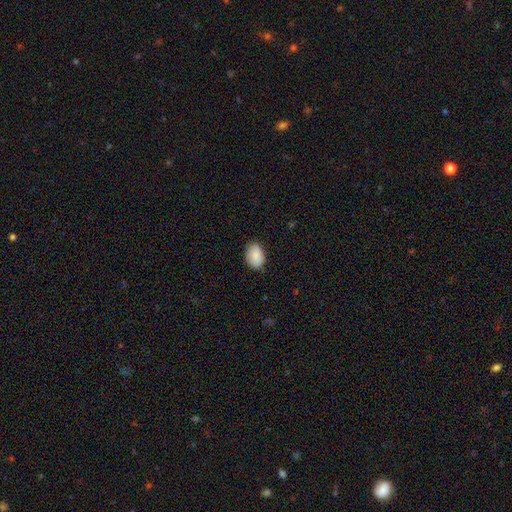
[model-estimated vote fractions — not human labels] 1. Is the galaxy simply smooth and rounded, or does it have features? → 88% smooth, 7% star or artifact, 5% featured or disk.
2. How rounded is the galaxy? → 82% in between, 17% round, 1% cigar-shaped.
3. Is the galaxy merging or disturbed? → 82% none, 14% minor disturbance, 2% major disturbance, 1% merger.